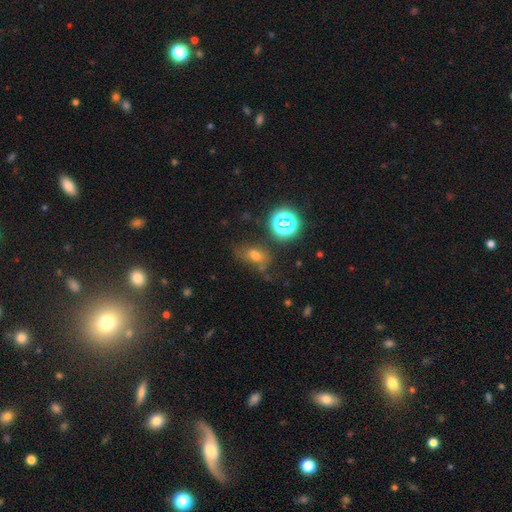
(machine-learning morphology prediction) Smooth or featured: smooth — 55% (star or artifact — 29%)
How rounded: in between — 71% (round — 25%)
Merging: none — 51% (minor disturbance — 24%)